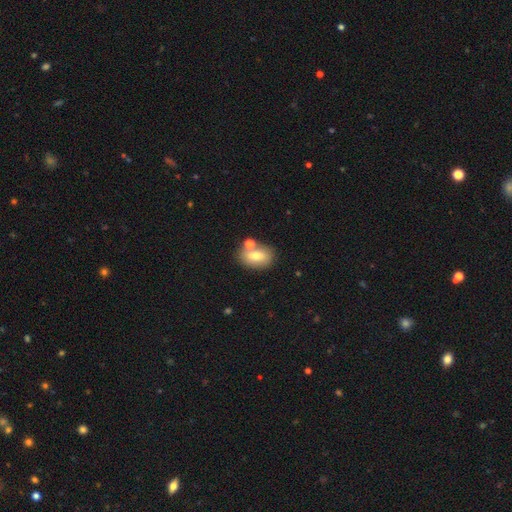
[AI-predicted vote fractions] This is likely a smooth galaxy (70%). How rounded: clearly in between (81%). Merging: likely none (66%).